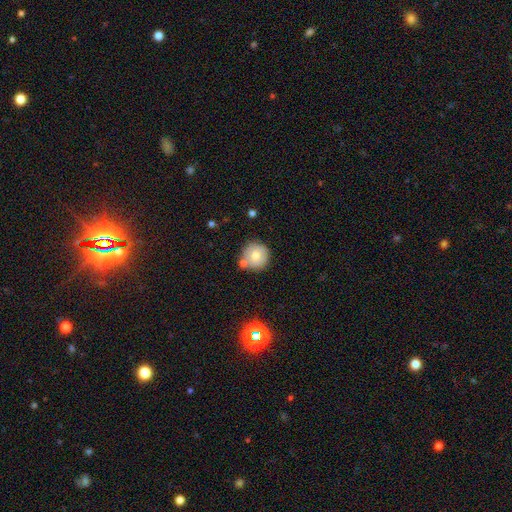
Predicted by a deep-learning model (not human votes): The model was most divided on "smooth or featured": smooth: 73%, featured or disk: 17%, star or artifact: 10%. More confident: how rounded — round (95%); merging — none (73%).